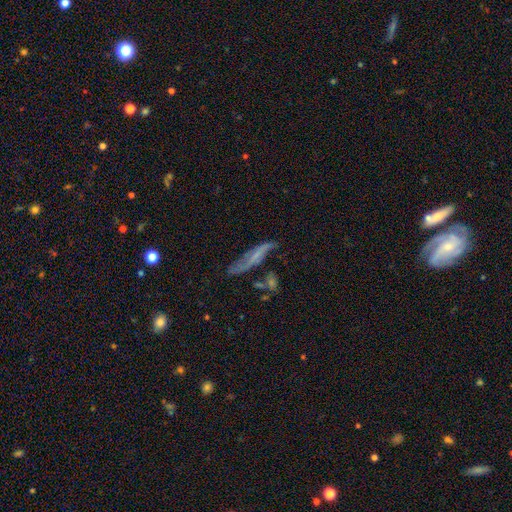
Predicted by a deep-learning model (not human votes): Smooth or featured? Predicted: featured or disk (p=0.62). Edge-on disk? Predicted: no (p=0.61). Merging? Predicted: none (p=0.48).